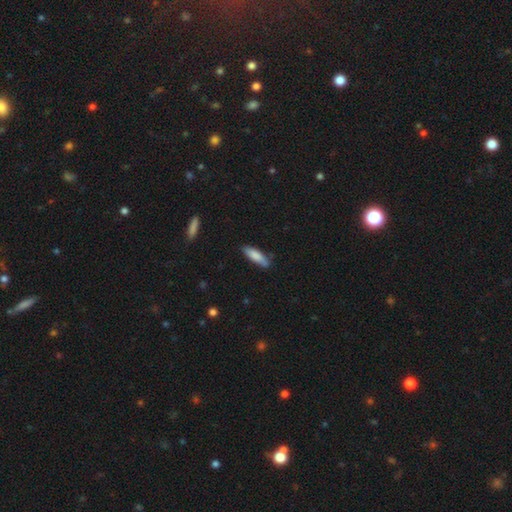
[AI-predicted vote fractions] This appears to be a smooth galaxy with no disk features (82%) that is cigar-shaped (58%). Merging: none (77%).